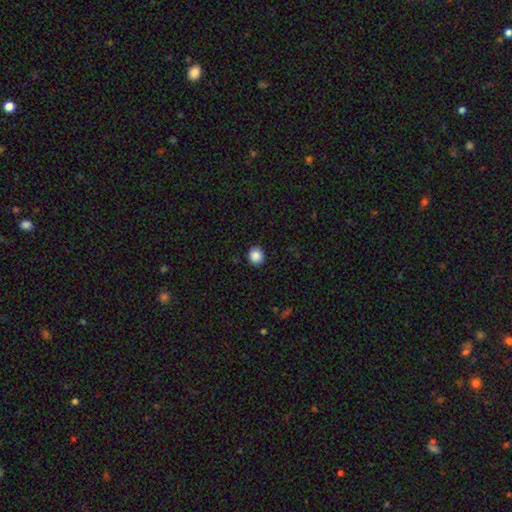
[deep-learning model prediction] Smooth or featured: smooth — 88% (star or artifact — 9%)
How rounded: round — 82% (in between — 17%)
Merging: none — 91% (minor disturbance — 6%)